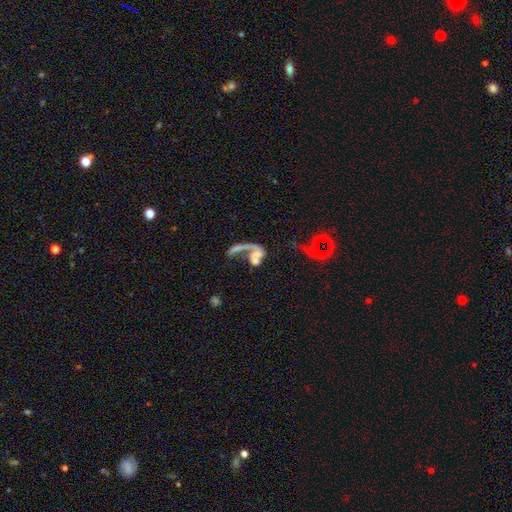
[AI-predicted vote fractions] The model was most divided on "bulge size": none: 40%, small: 27%, moderate: 22%, large: 7%, dominant: 3%. Remaining: edge-on disk — no (95%); bar — no (69%); spiral arms — yes (64%); smooth or featured — featured or disk (62%); merging — merger (46%).